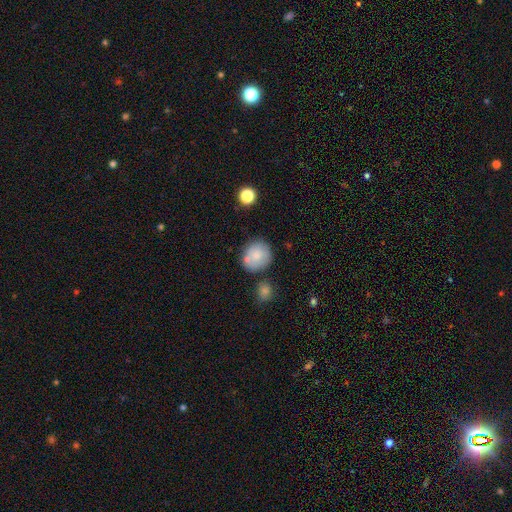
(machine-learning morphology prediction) The model was most divided on "merging": none: 65%, minor disturbance: 16%, merger: 14%, major disturbance: 5%. More confident: how rounded — round (80%); smooth or featured — smooth (77%).